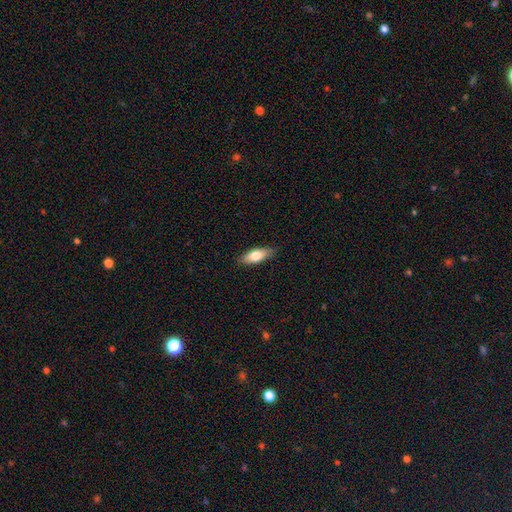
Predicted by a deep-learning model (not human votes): Smooth or featured? smooth (74%)
How rounded? in between (75%)
Merging? none (85%)